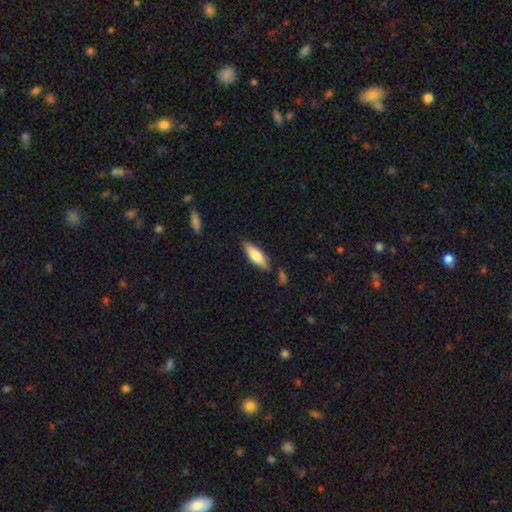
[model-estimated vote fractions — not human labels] Smooth or featured? Predicted: smooth (p=0.60). How rounded? Predicted: in between (p=0.51). Merging? Predicted: none (p=0.78).